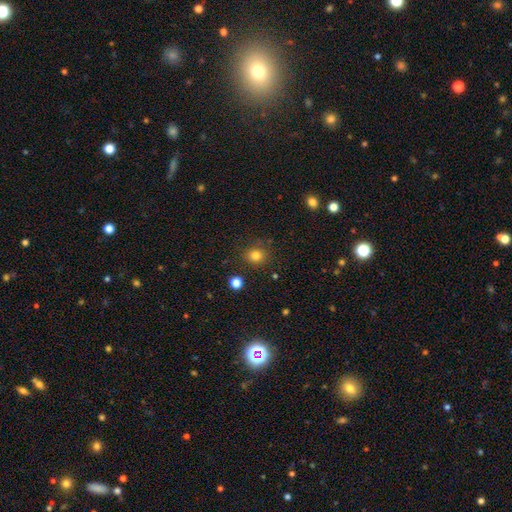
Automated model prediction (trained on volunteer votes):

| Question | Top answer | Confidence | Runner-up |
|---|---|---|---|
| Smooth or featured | smooth | 81% | star or artifact (14%) |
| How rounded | round | 83% | in between (16%) |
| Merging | none | 85% | minor disturbance (9%) |